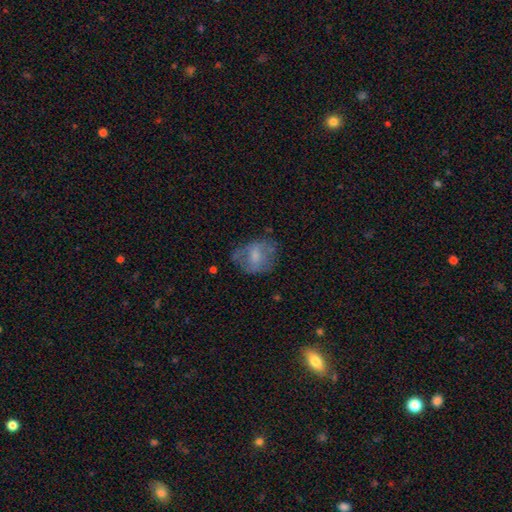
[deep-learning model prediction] A smooth galaxy with no disk features (53%) that is in between round and cigar-shaped (53%).

Vote fractions:
- Smooth or featured? smooth: 53% / featured or disk: 38% / star or artifact: 9%
- How rounded? in between: 53% / round: 45% / cigar-shaped: 1%
- Merging? none: 54% / minor disturbance: 25% / major disturbance: 19% / merger: 2%